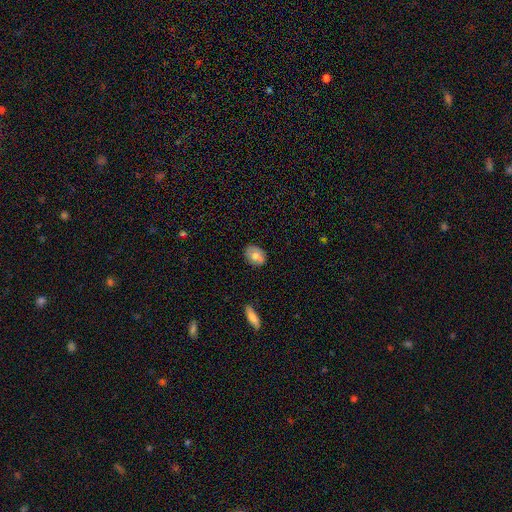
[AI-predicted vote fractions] smooth_or_featured: smooth (p=0.68) [alt: featured or disk p=0.24]
how_rounded: in between (p=0.66) [alt: round p=0.32]
merging: none (p=0.78) [alt: minor disturbance p=0.16]